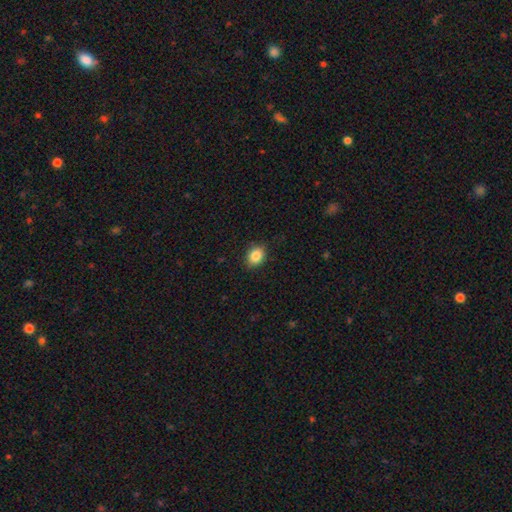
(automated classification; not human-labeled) smooth_or_featured: smooth (p=0.86) [alt: star or artifact p=0.09]
how_rounded: in between (p=0.61) [alt: round p=0.38]
merging: none (p=0.87) [alt: minor disturbance p=0.10]